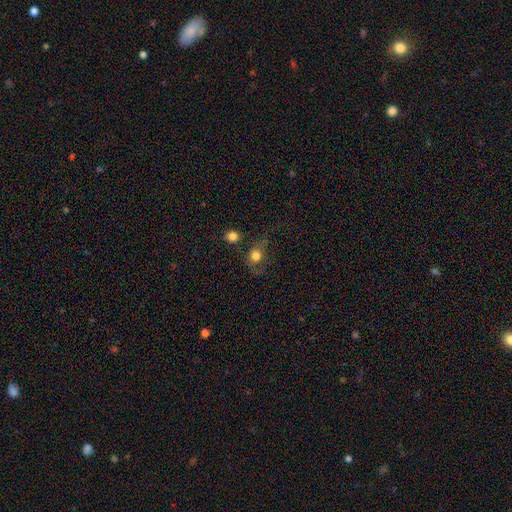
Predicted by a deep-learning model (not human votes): Overall: smooth (71%). How rounded: round (69%; in between 29%). Merging: none (47%; major disturbance 22%).